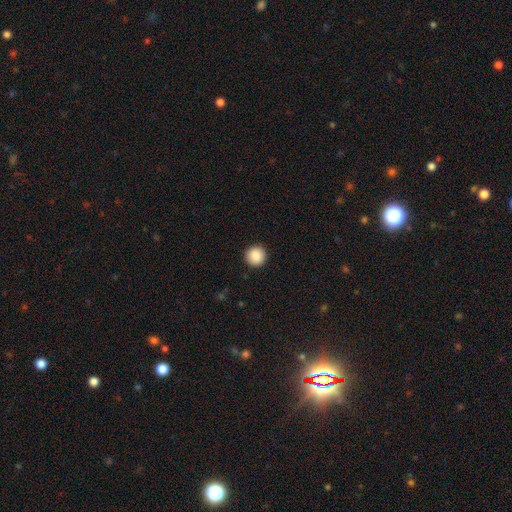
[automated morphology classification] Smooth or featured? Predicted: smooth (p=0.89). How rounded? Predicted: round (p=0.96). Merging? Predicted: none (p=0.93).